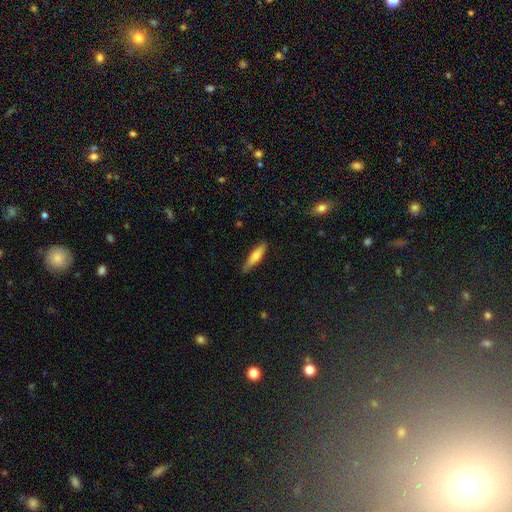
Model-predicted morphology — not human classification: Smooth or featured?
  - smooth: 69% *
  - featured or disk: 25%
  - star or artifact: 6%
How rounded?
  - cigar-shaped: 76% *
  - in between: 22%
  - round: 2%
Merging?
  - none: 81% *
  - minor disturbance: 16%
  - major disturbance: 2%
  - merger: 1%